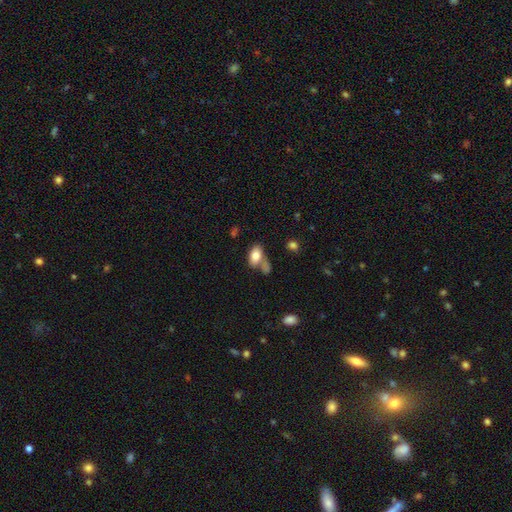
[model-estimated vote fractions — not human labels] A smooth galaxy with no disk features (82%) that is in between round and cigar-shaped (91%). Merging: none (50%).